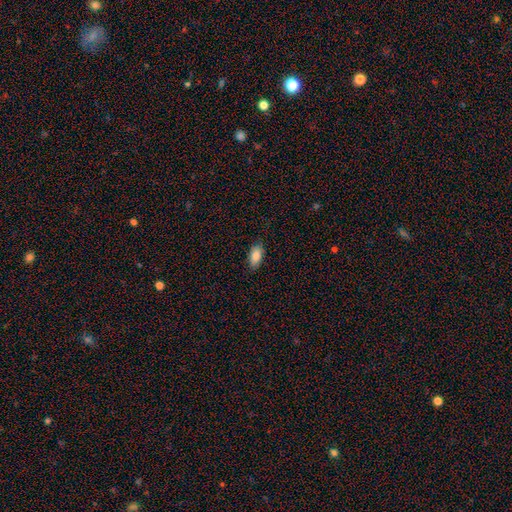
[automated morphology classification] Q: Smooth or featured?
A: smooth (84%); runner-up: featured or disk (9%)
Q: How rounded?
A: in between (91%); runner-up: cigar-shaped (5%)
Q: Merging?
A: none (84%); runner-up: minor disturbance (13%)